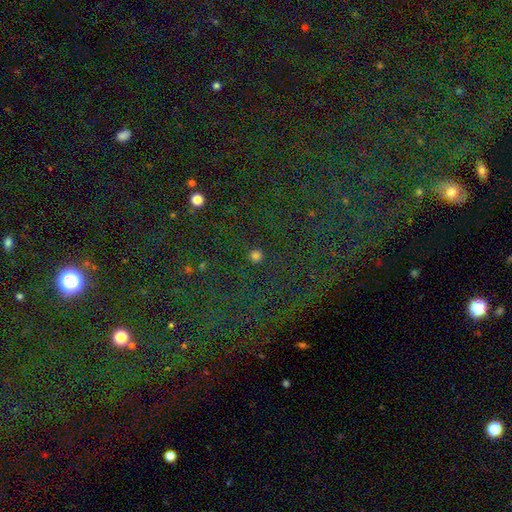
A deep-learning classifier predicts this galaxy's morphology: A smooth galaxy with no disk features (66%) that is round (93%).

Vote fractions:
- Smooth or featured? smooth: 66% / star or artifact: 29% / featured or disk: 5%
- How rounded? round: 93% / in between: 6% / cigar-shaped: 1%
- Merging? none: 85% / minor disturbance: 7% / merger: 4% / major disturbance: 3%